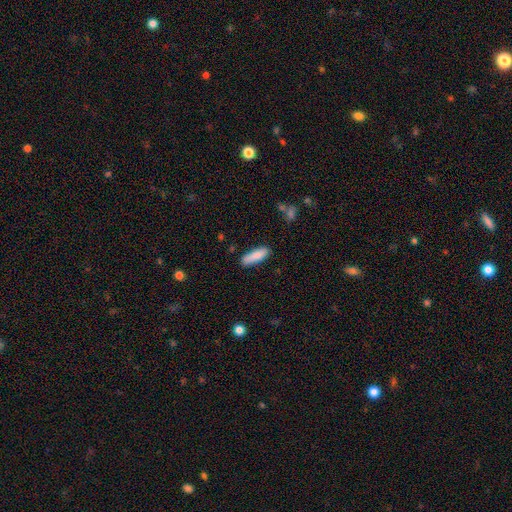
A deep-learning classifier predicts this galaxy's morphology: Overall: smooth (85%). How rounded: in between (51%; cigar-shaped 48%). Merging: none (82%).